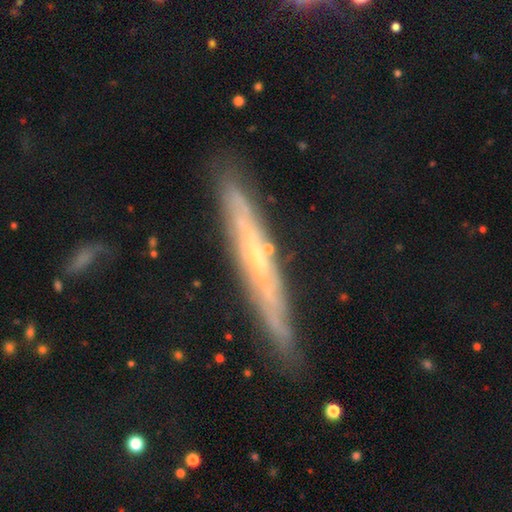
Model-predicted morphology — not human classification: A featured or disk galaxy (70%) viewed edge-on (85%) with no central bulge (74%).

Vote fractions:
- Smooth or featured? featured or disk: 70% / smooth: 21% / star or artifact: 9%
- Edge-on disk? yes: 85% / no: 15%
- Edge-on bulge? none: 74% / rounded: 20% / boxy: 6%
- Merging? none: 83% / minor disturbance: 13% / major disturbance: 3% / merger: 2%